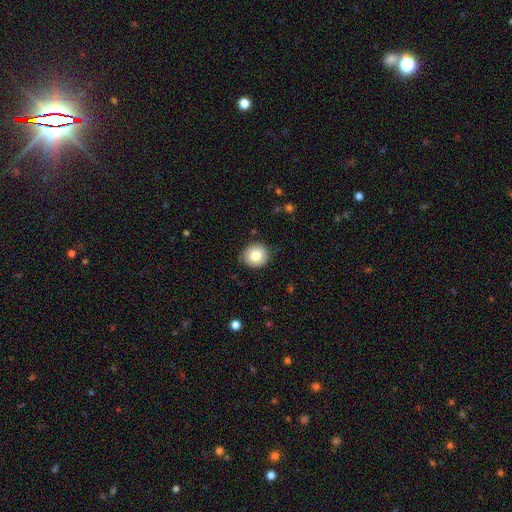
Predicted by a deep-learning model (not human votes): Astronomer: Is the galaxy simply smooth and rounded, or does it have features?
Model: smooth — 81%.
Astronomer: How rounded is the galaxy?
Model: round — 89%.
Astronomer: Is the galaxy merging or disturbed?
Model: none — 86%.